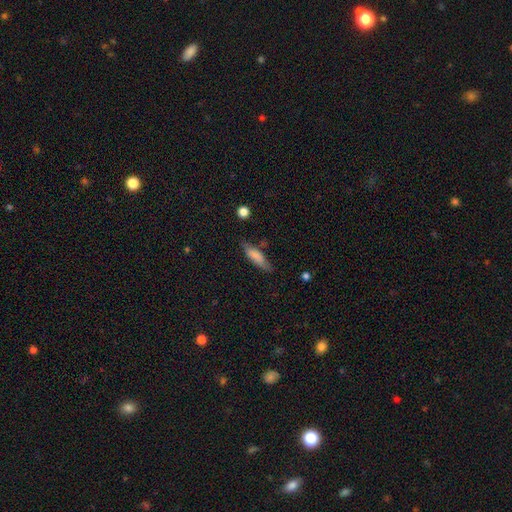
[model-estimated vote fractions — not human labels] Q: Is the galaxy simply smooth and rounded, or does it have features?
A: smooth — 77%.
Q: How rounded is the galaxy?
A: cigar-shaped — 63%.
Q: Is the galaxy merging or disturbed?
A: none — 71%.